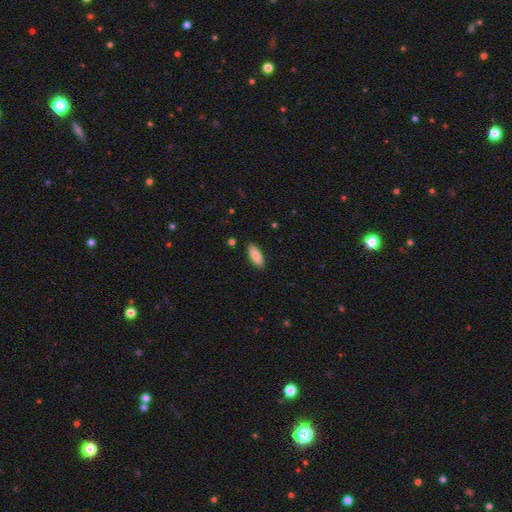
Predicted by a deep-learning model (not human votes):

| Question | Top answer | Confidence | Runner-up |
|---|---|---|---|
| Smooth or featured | smooth | 86% | featured or disk (8%) |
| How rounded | in between | 75% | cigar-shaped (23%) |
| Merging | none | 88% | minor disturbance (9%) |